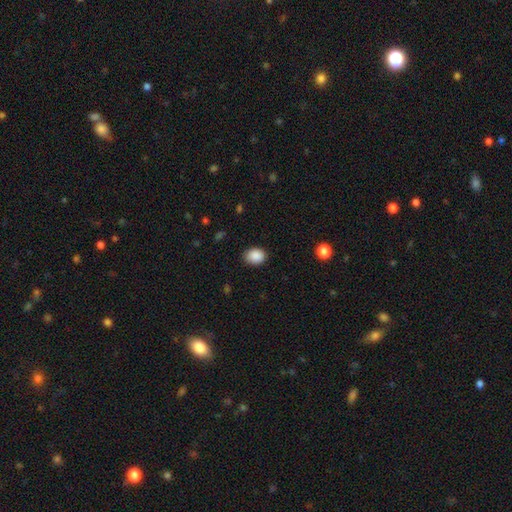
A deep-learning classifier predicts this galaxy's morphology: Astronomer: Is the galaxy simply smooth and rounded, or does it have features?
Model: smooth — 89%.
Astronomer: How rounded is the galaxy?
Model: in between — 58% (runner-up: round, 41%).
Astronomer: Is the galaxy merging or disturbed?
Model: none — 86%.